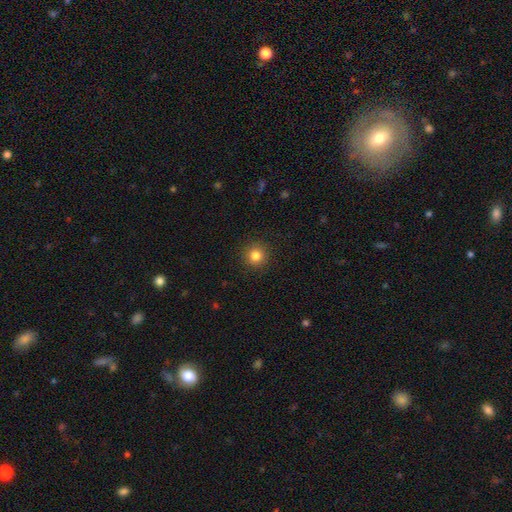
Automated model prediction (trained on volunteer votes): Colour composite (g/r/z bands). It shows a smooth galaxy with no disk features (83%) that is round (95%). Merging: none (92%).